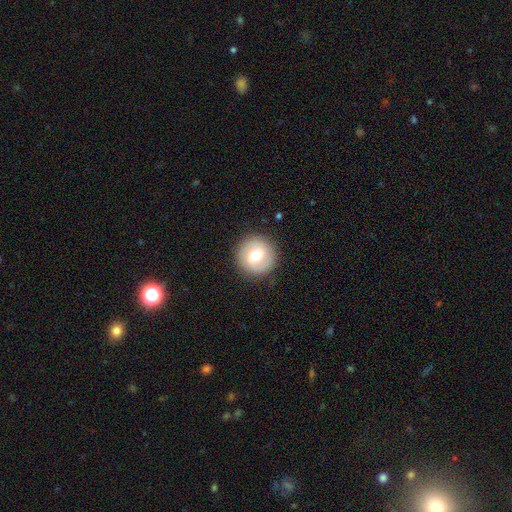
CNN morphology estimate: smooth_or_featured: smooth (p=0.62) [alt: featured or disk p=0.30]
how_rounded: round (p=0.95) [alt: in between p=0.04]
merging: none (p=0.90) [alt: minor disturbance p=0.07]